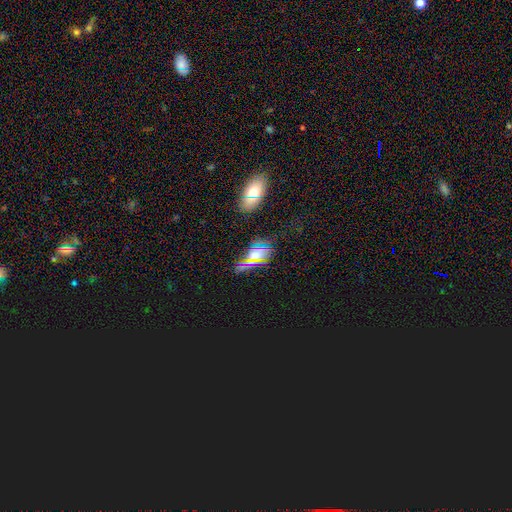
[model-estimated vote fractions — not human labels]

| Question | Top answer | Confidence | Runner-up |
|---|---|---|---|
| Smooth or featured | smooth | 49% | star or artifact (33%) |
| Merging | none | 78% | minor disturbance (14%) |